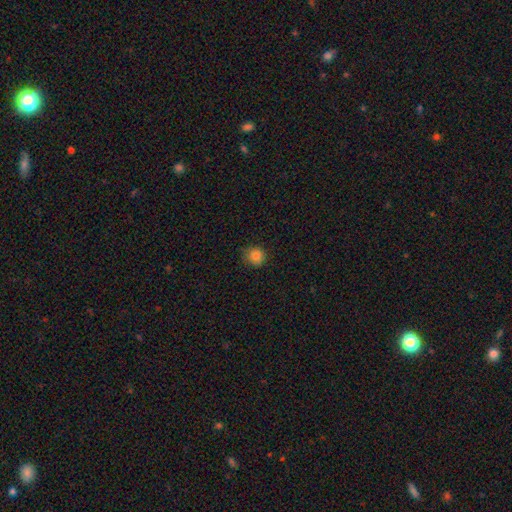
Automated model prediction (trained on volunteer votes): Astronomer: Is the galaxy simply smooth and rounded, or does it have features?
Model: smooth — 83%.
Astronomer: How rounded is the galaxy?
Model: round — 88%.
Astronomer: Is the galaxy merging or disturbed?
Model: none — 78%.